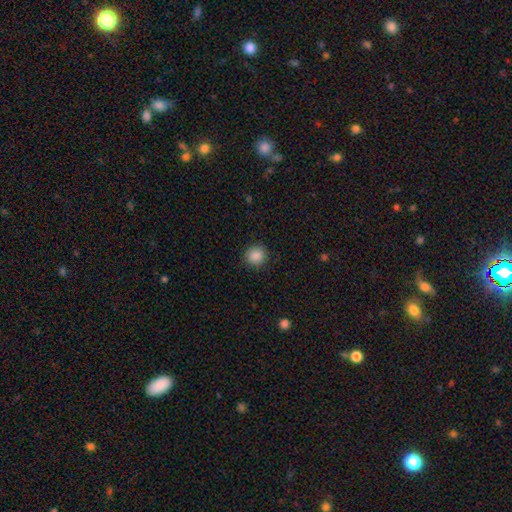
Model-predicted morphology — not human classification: Smooth or featured?
  - smooth: 87% *
  - star or artifact: 9%
  - featured or disk: 3%
How rounded?
  - round: 92% *
  - in between: 7%
  - cigar-shaped: 1%
Merging?
  - none: 91% *
  - minor disturbance: 6%
  - major disturbance: 2%
  - merger: 1%